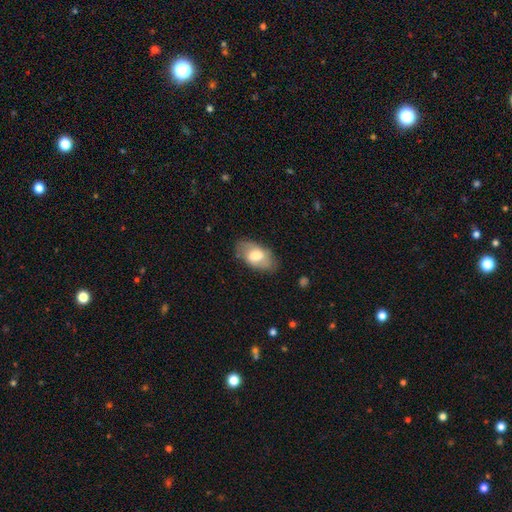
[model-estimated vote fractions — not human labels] Morphology: type=smooth (62%); roundness=in between (92%); merging=none (75%).